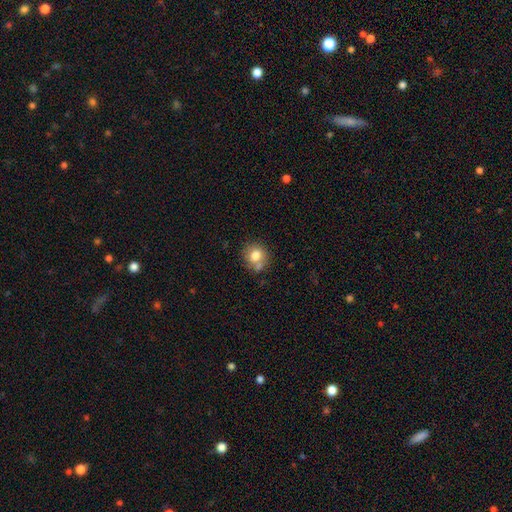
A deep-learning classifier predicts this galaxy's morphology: A smooth galaxy with no disk features (78%) that is round (81%).

Vote fractions:
- Smooth or featured? smooth: 78% / featured or disk: 12% / star or artifact: 10%
- How rounded? round: 81% / in between: 18% / cigar-shaped: 1%
- Merging? none: 65% / minor disturbance: 17% / merger: 14% / major disturbance: 4%